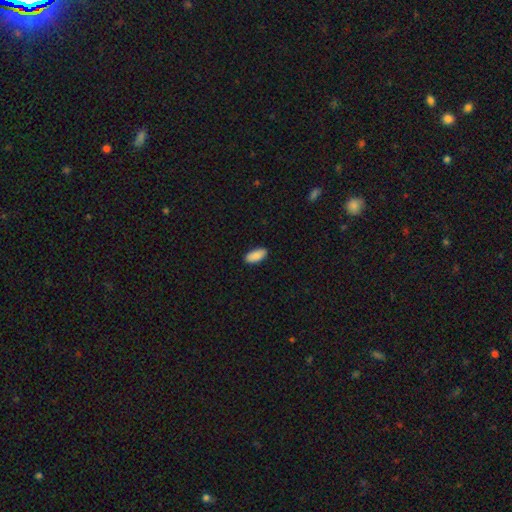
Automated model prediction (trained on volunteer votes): The model was most divided on "merging": none: 89%, minor disturbance: 9%, major disturbance: 2%, merger: 1%. More confident: how rounded — in between (91%); smooth or featured — smooth (90%).